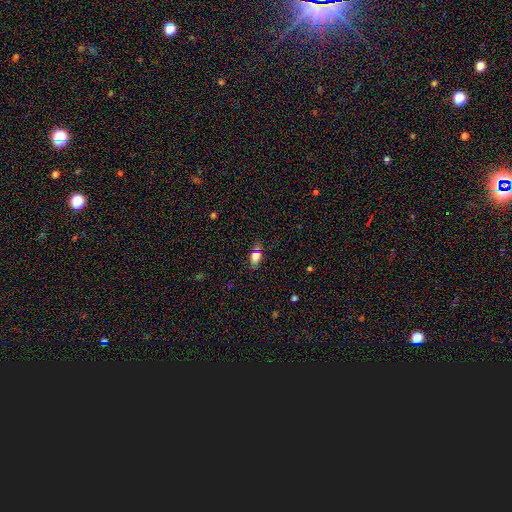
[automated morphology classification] smooth 72%, star or artifact 20%, featured or disk 8%. Down the decision tree: how rounded — in between (84%); merging — none (76%).